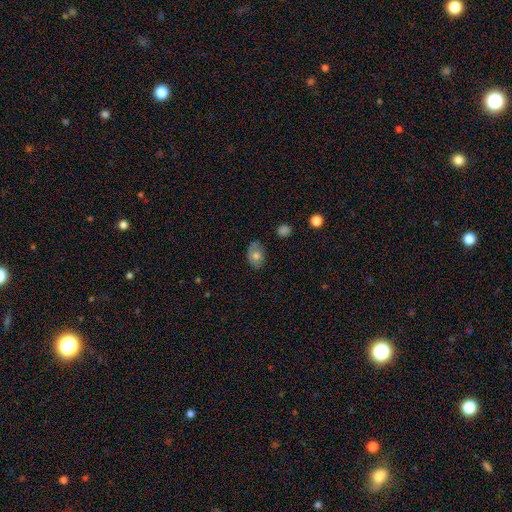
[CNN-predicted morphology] smooth 67%, featured or disk 24%, star or artifact 9%. Down the decision tree: how rounded — in between (76%); merging — none (71%).